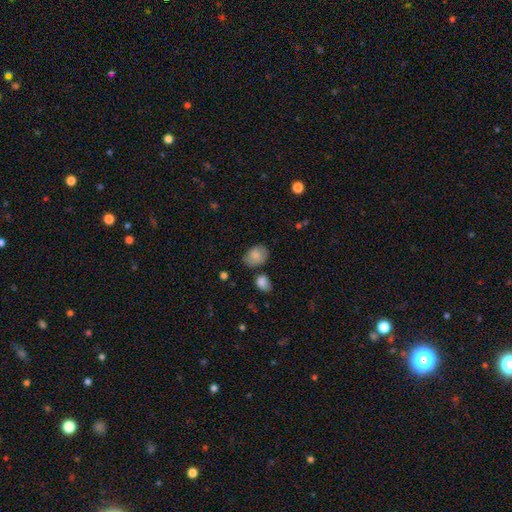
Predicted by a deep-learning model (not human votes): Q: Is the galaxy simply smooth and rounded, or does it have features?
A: smooth — 80%.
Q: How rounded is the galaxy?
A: in between — 71%.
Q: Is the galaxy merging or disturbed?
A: none — 61%.